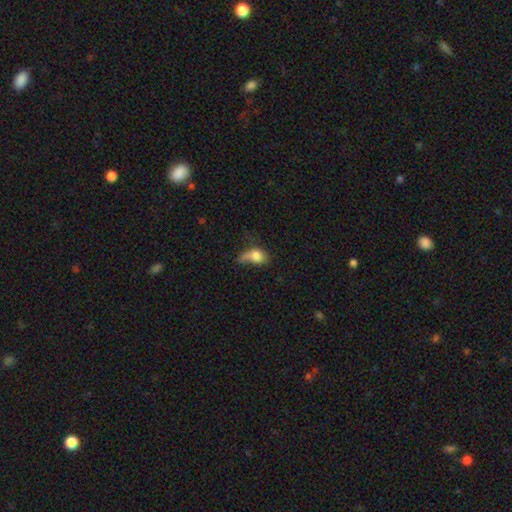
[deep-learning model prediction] The model was most divided on "merging": major disturbance: 39%, minor disturbance: 28%, none: 23%, merger: 10%. More confident: how rounded — in between (75%); smooth or featured — smooth (71%).